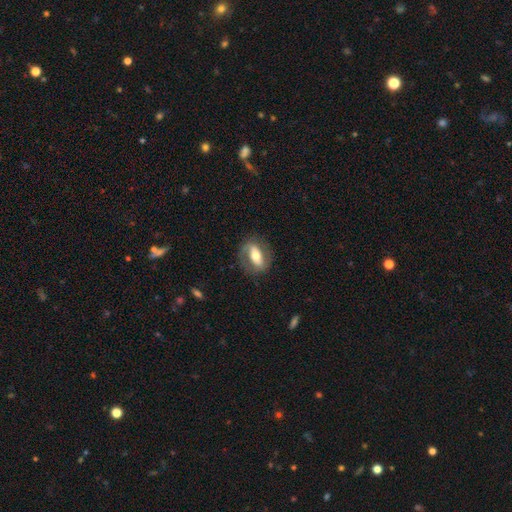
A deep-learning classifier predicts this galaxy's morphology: Smooth or featured: featured or disk — 64% (smooth — 30%)
Edge-on disk: no — 90% (yes — 10%)
Bar: strong — 48% (weak — 28%)
Spiral arms: yes — 73% (no — 27%)
Bulge size: moderate — 64% (large — 17%)
Merging: none — 74% (minor disturbance — 16%)